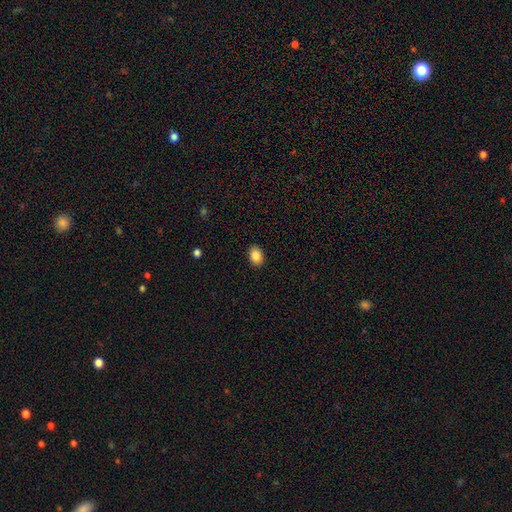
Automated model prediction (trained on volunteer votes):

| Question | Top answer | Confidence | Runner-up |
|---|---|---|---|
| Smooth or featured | smooth | 87% | star or artifact (8%) |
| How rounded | in between | 78% | round (21%) |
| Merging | none | 90% | minor disturbance (7%) |